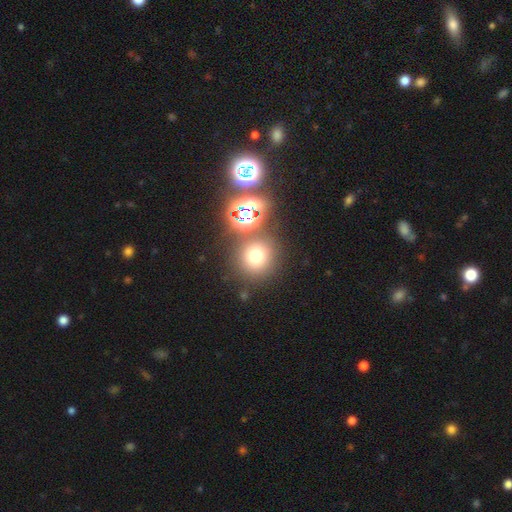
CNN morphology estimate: Q: Smooth or featured?
A: smooth (64%); runner-up: star or artifact (27%)
Q: How rounded?
A: round (90%); runner-up: in between (9%)
Q: Merging?
A: none (75%); runner-up: merger (13%)